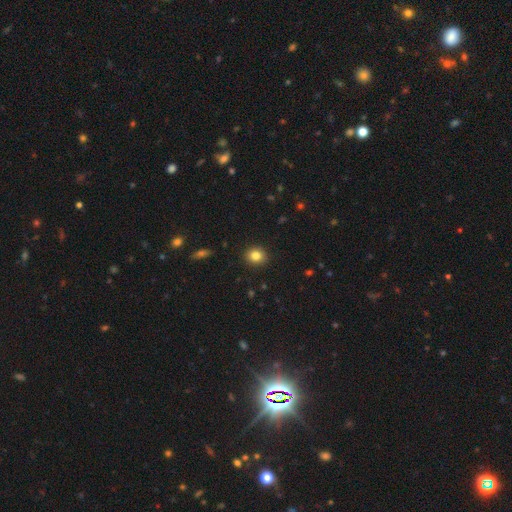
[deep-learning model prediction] smooth-or-featured: smooth: 83% | star or artifact: 11% | featured or disk: 7%
  how-rounded: round: 82% | in between: 17% | cigar-shaped: 1%
  merging: none: 91% | minor disturbance: 6% | major disturbance: 2% | merger: 1%